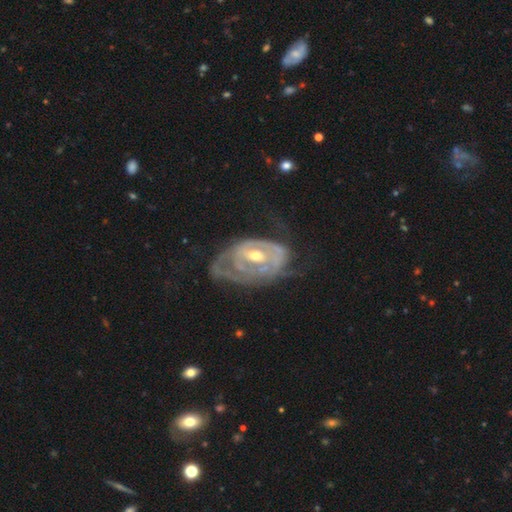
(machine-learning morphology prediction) smooth_or_featured: featured or disk (p=0.83) [alt: smooth p=0.12]
disk_edge_on: no (p=0.95) [alt: yes p=0.05]
bar: no (p=0.53) [alt: weak p=0.35]
has_spiral_arms: yes (p=0.72) [alt: no p=0.28]
spiral_winding: tight (p=0.60) [alt: medium p=0.27]
spiral_arm_count: can't tell (p=0.47) [alt: 2 p=0.28]
bulge_size: moderate (p=0.67) [alt: small p=0.27]
merging: none (p=0.38) [alt: major disturbance p=0.32]